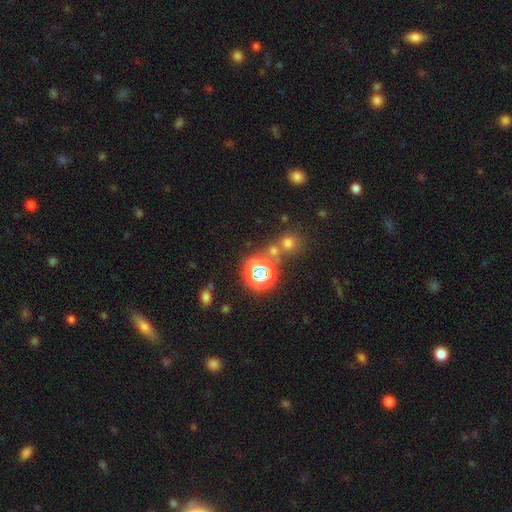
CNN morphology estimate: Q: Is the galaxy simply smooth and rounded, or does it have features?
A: star or artifact — 49%.